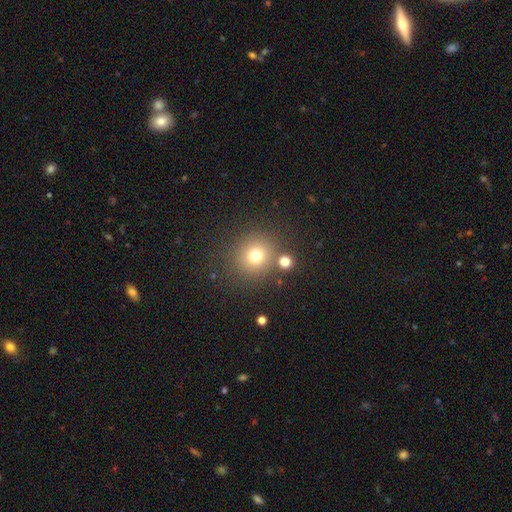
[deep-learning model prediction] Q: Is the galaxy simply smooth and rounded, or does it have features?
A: smooth — 74%.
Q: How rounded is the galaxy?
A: round — 90%.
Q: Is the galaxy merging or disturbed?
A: none — 79%.